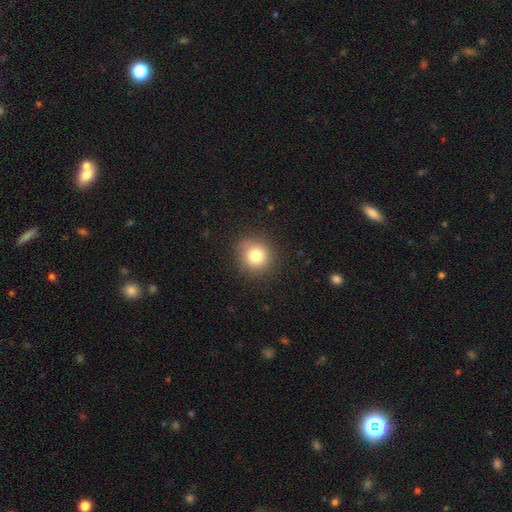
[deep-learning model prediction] Smooth or featured? Predicted: smooth (p=0.79). How rounded? Predicted: round (p=0.89). Merging? Predicted: none (p=0.85).